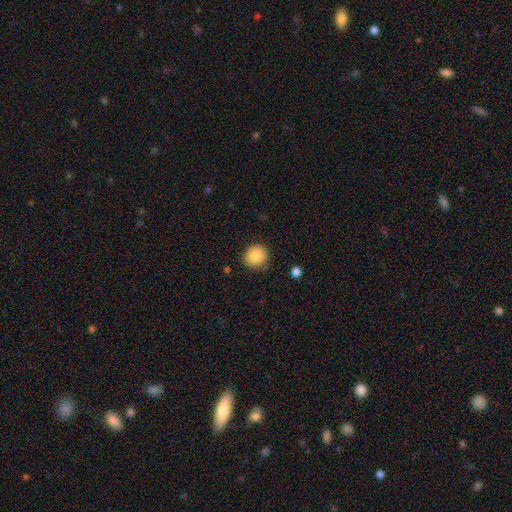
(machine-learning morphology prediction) smooth 86%, star or artifact 8%, featured or disk 6%. Down the decision tree: how rounded — round (89%); merging — none (85%).